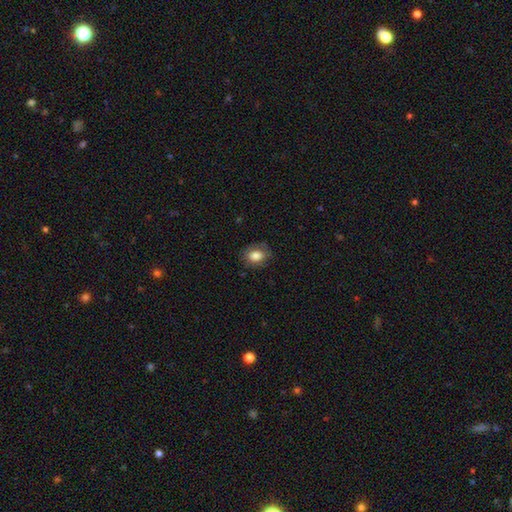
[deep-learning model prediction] This is likely a smooth galaxy (80%). How rounded: likely in between (61%). Merging: likely none (76%).